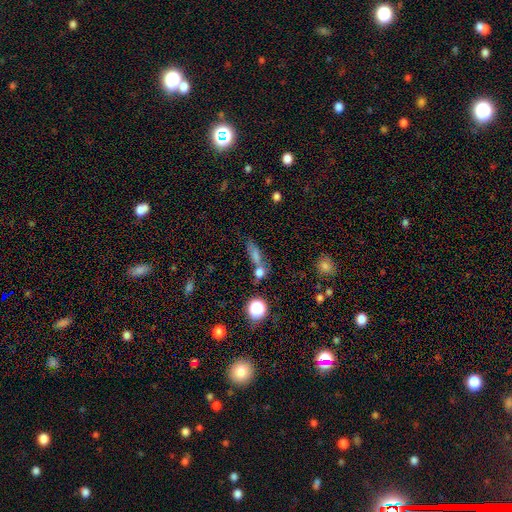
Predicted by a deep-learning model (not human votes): A smooth galaxy with no disk features (64%) that is in between round and cigar-shaped (44%).

Vote fractions:
- Smooth or featured? smooth: 64% / star or artifact: 21% / featured or disk: 15%
- How rounded? in between: 44% / cigar-shaped: 37% / round: 19%
- Merging? none: 46% / merger: 33% / minor disturbance: 13% / major disturbance: 8%